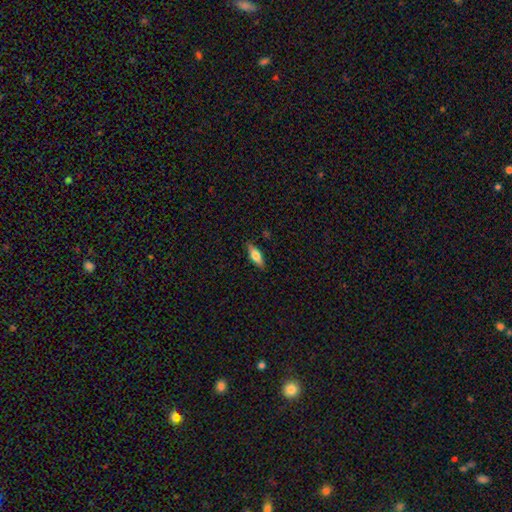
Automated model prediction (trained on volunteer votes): This appears to be a smooth galaxy with no disk features (64%) that is in between round and cigar-shaped (63%). Merging: none (86%).